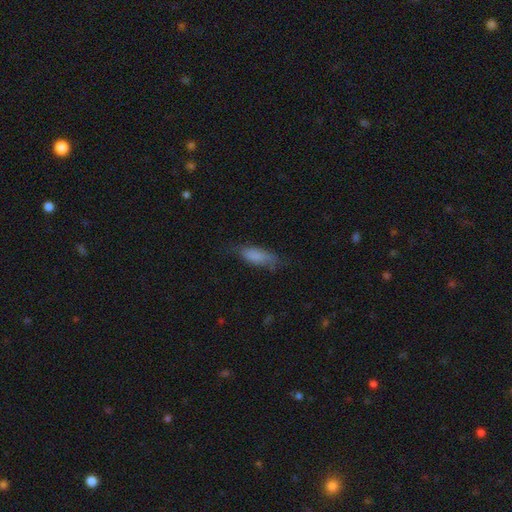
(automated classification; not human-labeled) Morphology: type=smooth (80%); roundness=in between (65%); merging=none (59%).